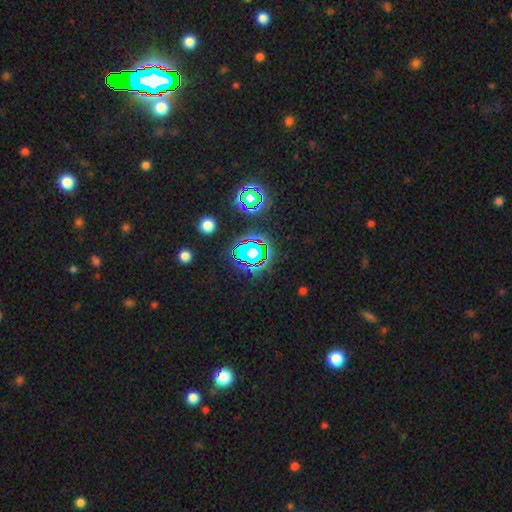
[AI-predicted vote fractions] This is likely a star or artifact rather than a galaxy (77%).